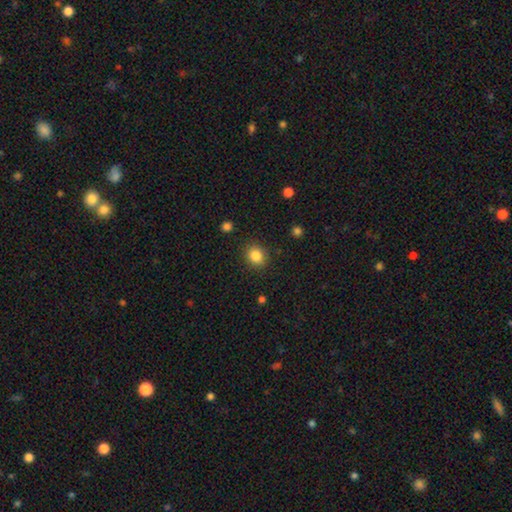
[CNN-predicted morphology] Q: Smooth or featured?
A: smooth (85%); runner-up: star or artifact (10%)
Q: How rounded?
A: round (72%); runner-up: in between (27%)
Q: Merging?
A: none (88%); runner-up: minor disturbance (8%)